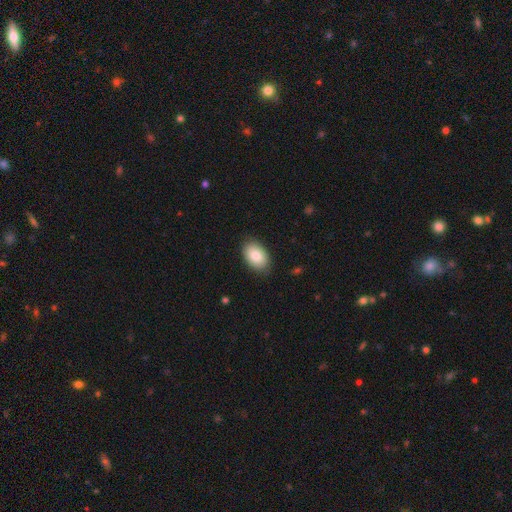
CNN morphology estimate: The model was most divided on "merging": none: 86%, minor disturbance: 11%, major disturbance: 2%, merger: 1%. More confident: how rounded — in between (90%); smooth or featured — smooth (85%).